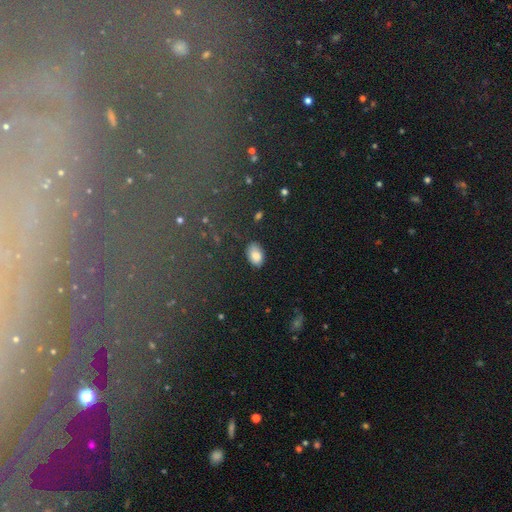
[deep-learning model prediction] Smooth or featured?
  - smooth: 83% *
  - star or artifact: 9%
  - featured or disk: 9%
How rounded?
  - in between: 91% *
  - round: 8%
  - cigar-shaped: 1%
Merging?
  - none: 80% *
  - minor disturbance: 15%
  - major disturbance: 3%
  - merger: 2%